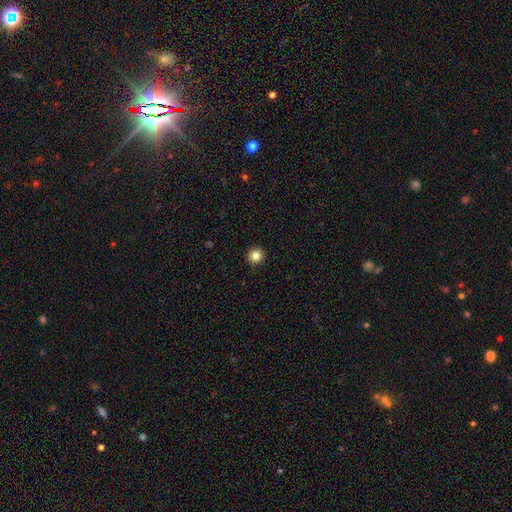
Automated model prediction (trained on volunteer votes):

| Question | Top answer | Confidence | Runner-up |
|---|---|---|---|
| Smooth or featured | smooth | 83% | star or artifact (11%) |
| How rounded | round | 96% | in between (3%) |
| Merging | none | 93% | minor disturbance (4%) |